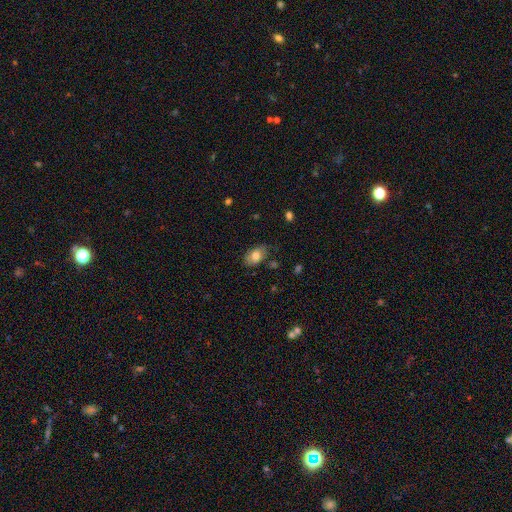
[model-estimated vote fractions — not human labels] smooth_or_featured: smooth (p=0.76) [alt: featured or disk p=0.16]
how_rounded: in between (p=0.89) [alt: round p=0.10]
merging: none (p=0.67) [alt: minor disturbance p=0.25]